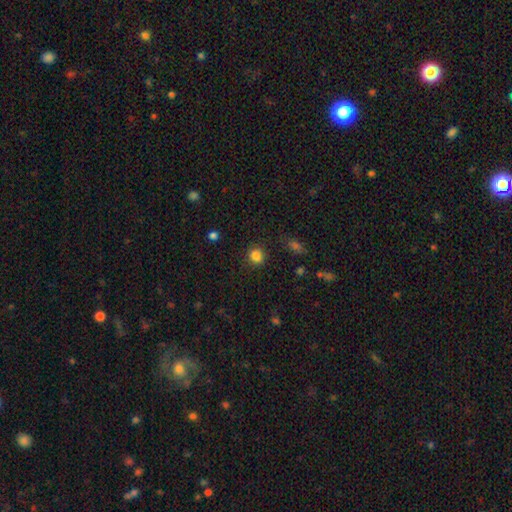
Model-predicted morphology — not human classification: Overall: smooth (84%). How rounded: round (85%). Merging: none (85%).